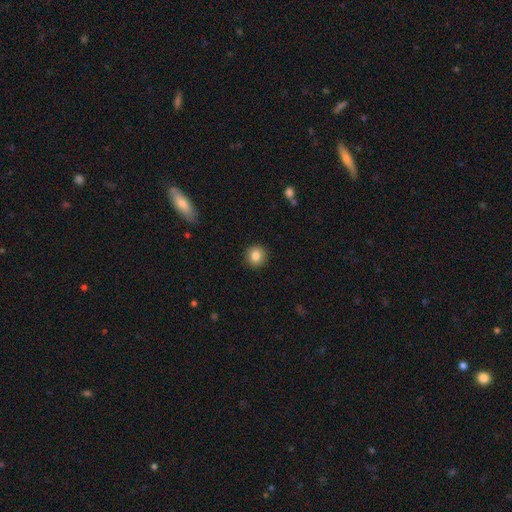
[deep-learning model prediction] Smooth or featured: smooth — 84% (star or artifact — 9%)
How rounded: round — 93% (in between — 6%)
Merging: none — 92% (minor disturbance — 5%)